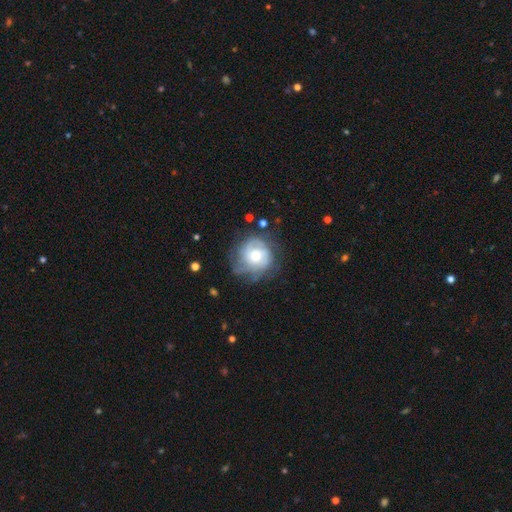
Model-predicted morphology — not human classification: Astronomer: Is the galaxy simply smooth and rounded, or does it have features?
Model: featured or disk — 66%.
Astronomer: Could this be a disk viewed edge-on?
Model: no — 97%.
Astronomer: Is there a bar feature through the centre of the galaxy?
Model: no — 77%.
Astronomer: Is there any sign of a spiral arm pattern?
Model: yes — 85%.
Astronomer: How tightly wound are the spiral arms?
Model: tight — 57%.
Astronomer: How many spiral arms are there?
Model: can't tell — 43% (runner-up: 2, 23%).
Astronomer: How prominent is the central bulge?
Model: moderate — 63%.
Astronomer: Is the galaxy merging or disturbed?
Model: none — 64%.